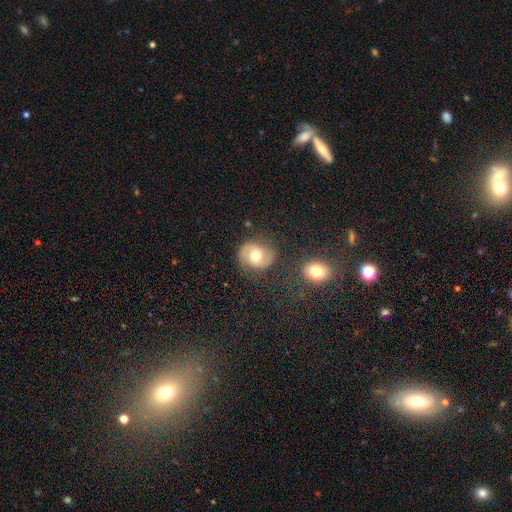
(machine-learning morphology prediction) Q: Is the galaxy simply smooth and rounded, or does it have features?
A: featured or disk — 56%.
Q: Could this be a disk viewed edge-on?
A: no — 97%.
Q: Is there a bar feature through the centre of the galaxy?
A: no — 63%.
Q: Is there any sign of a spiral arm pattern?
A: yes — 82%.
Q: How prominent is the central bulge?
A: moderate — 77%.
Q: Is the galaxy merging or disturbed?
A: none — 75%.